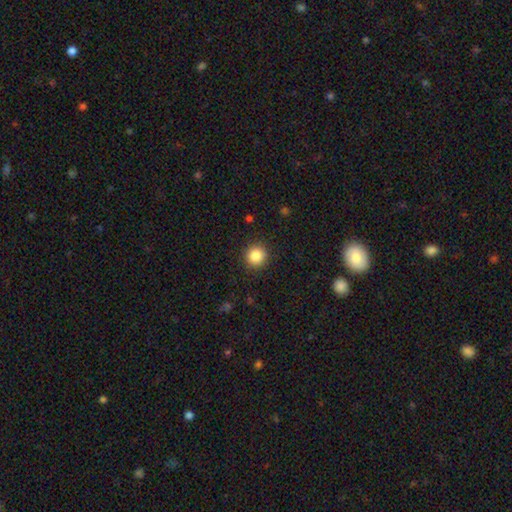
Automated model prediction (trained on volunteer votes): Smooth or featured: smooth — 86% (star or artifact — 10%)
How rounded: round — 93% (in between — 6%)
Merging: none — 91% (minor disturbance — 6%)